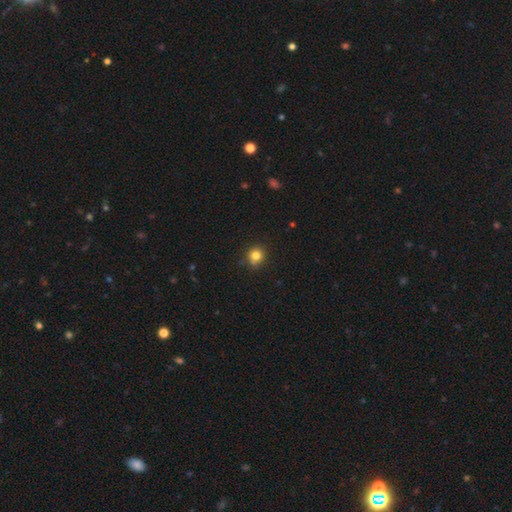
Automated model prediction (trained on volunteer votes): Smooth or featured? Predicted: smooth (p=0.81). How rounded? Predicted: round (p=0.87). Merging? Predicted: none (p=0.82).